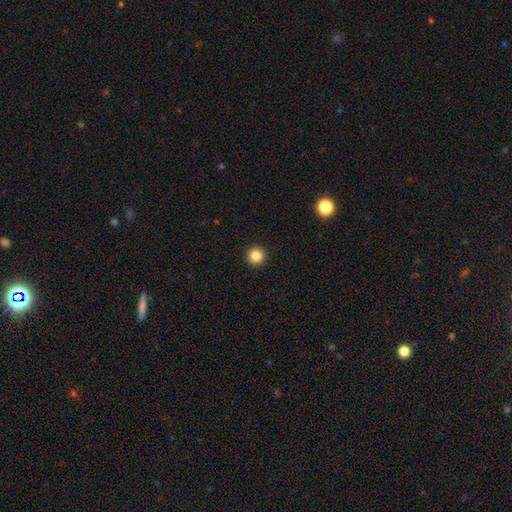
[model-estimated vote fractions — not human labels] This appears to be a smooth galaxy with no disk features (85%) that is round (96%). Merging: none (94%).